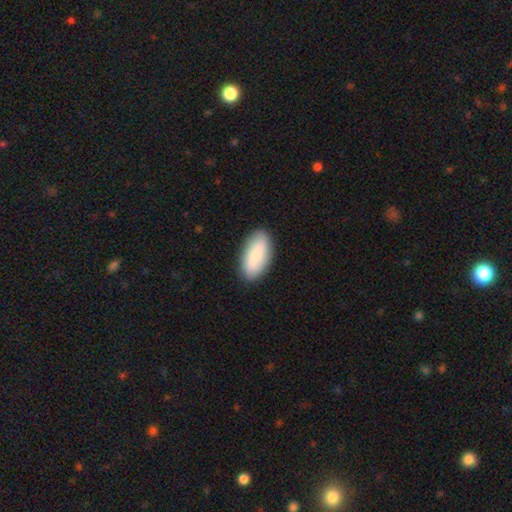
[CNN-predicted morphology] smooth-or-featured: smooth: 84% | featured or disk: 11% | star or artifact: 6%
  how-rounded: in between: 92% | cigar-shaped: 5% | round: 2%
  merging: none: 87% | minor disturbance: 10% | major disturbance: 2% | merger: 1%